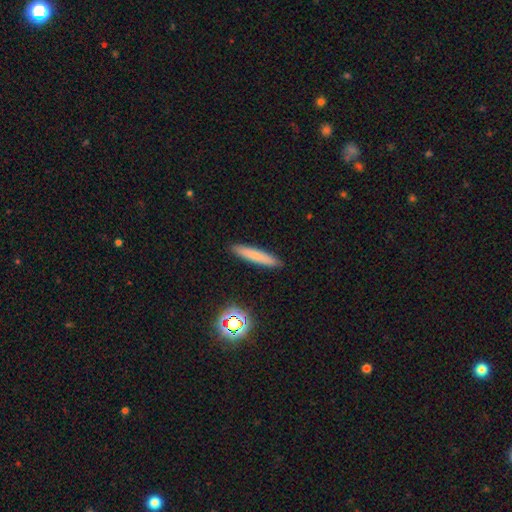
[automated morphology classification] smooth_or_featured: smooth (p=0.75) [alt: featured or disk p=0.15]
how_rounded: cigar-shaped (p=0.92) [alt: in between p=0.07]
merging: none (p=0.91) [alt: minor disturbance p=0.06]